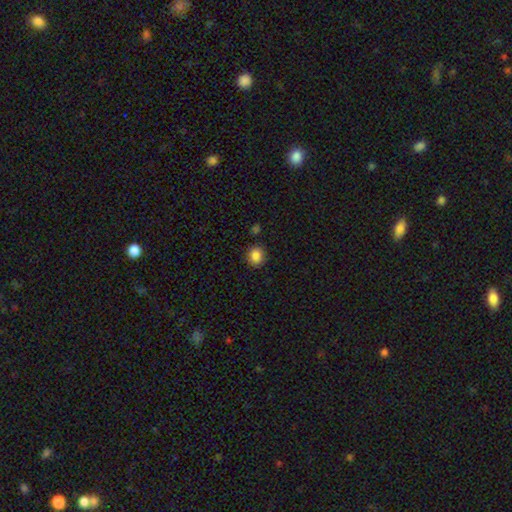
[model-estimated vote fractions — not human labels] Smooth or featured: smooth — 86% (star or artifact — 10%)
How rounded: round — 74% (in between — 25%)
Merging: none — 87% (minor disturbance — 8%)